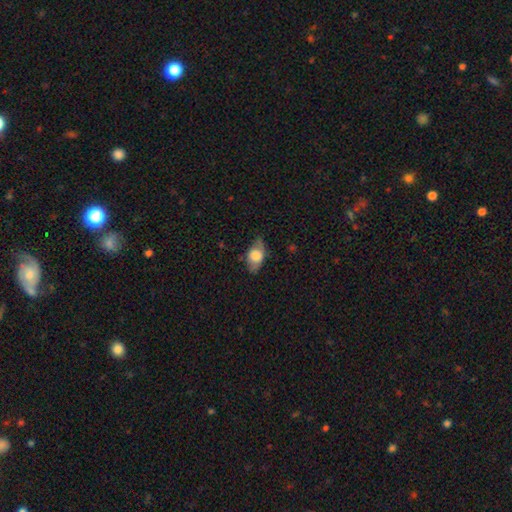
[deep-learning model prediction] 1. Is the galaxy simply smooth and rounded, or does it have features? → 63% smooth, 29% featured or disk, 8% star or artifact.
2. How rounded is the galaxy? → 84% in between, 12% round, 4% cigar-shaped.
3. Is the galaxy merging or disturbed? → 70% none, 23% minor disturbance, 6% major disturbance, 1% merger.